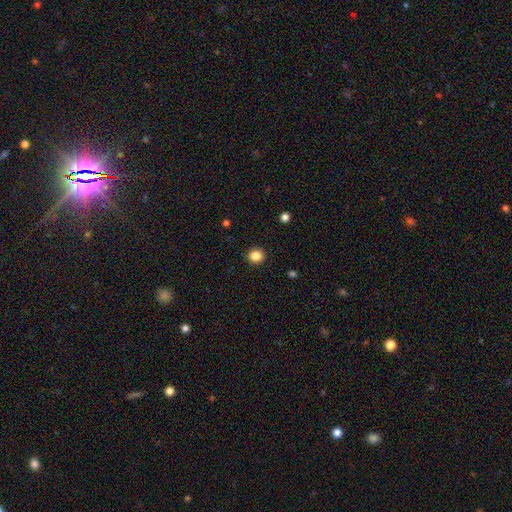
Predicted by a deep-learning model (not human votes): A smooth galaxy with no disk features (85%) that is round (86%).

Vote fractions:
- Smooth or featured? smooth: 85% / star or artifact: 11% / featured or disk: 4%
- How rounded? round: 86% / in between: 14% / cigar-shaped: 1%
- Merging? none: 92% / minor disturbance: 5% / major disturbance: 2% / merger: 1%